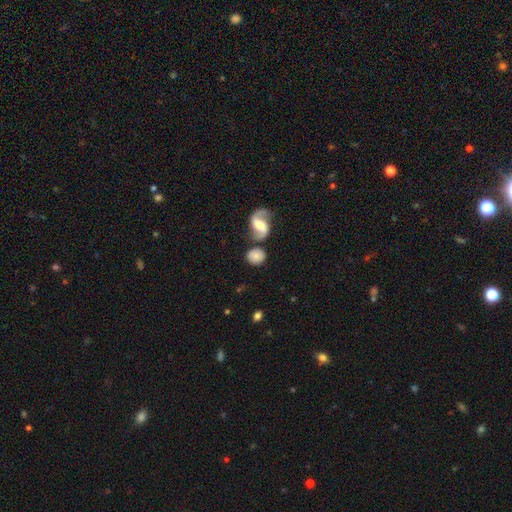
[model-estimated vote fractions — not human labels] Smooth or featured: smooth — 58% (featured or disk — 34%)
How rounded: round — 78% (in between — 20%)
Merging: none — 65% (merger — 17%)